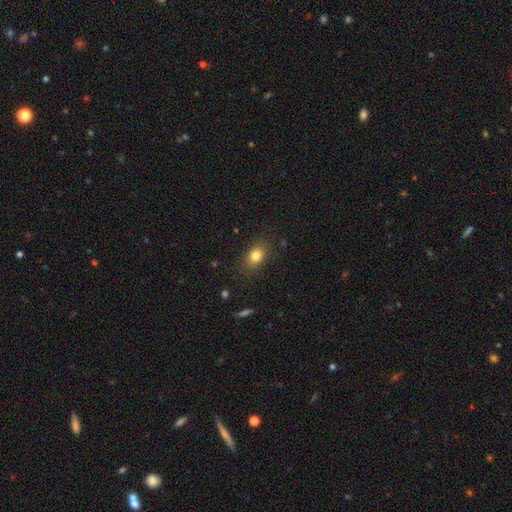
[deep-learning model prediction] The model was most divided on "how rounded": in between: 74%, round: 24%, cigar-shaped: 2%. More confident: merging — none (83%); smooth or featured — smooth (82%).